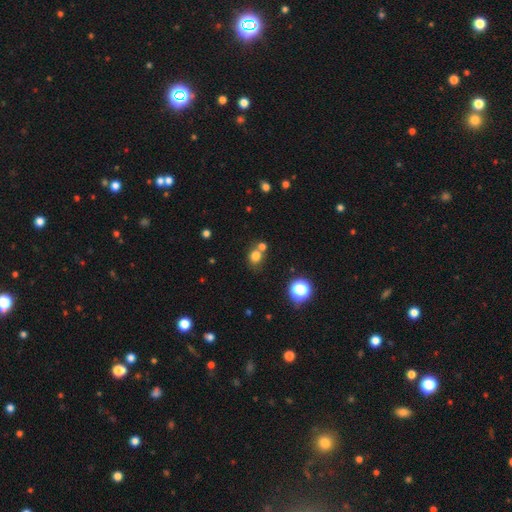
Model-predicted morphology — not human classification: type=smooth (75%); roundness=round (71%); merging=none (57%).